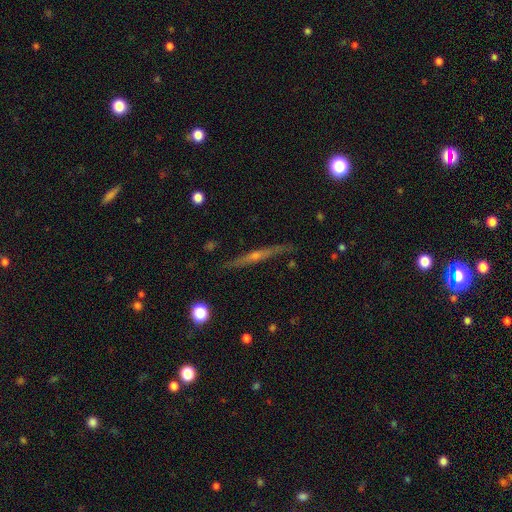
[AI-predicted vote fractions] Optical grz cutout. It shows a featured or disk galaxy (71%) viewed edge-on (96%) with a rounded central bulge (68%). Merging: none (86%).